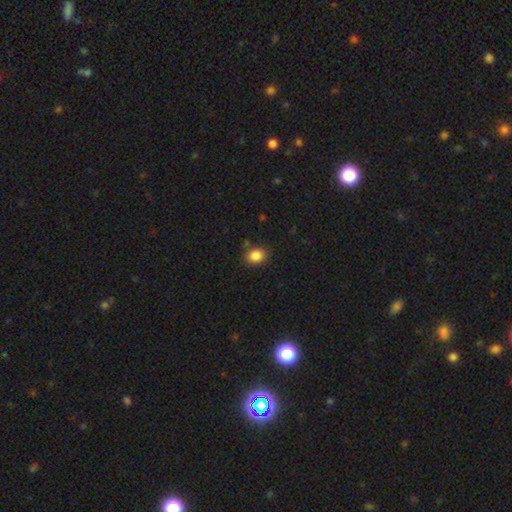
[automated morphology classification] Smooth or featured: smooth — 86% (star or artifact — 10%)
How rounded: round — 53% (in between — 46%)
Merging: none — 82% (minor disturbance — 12%)